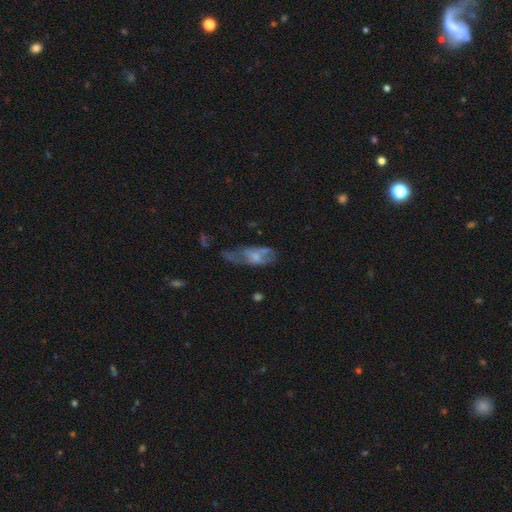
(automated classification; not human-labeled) Smooth or featured: featured or disk — 47% (smooth — 44%)
Merging: none — 31% (tied with major disturbance — 31%)